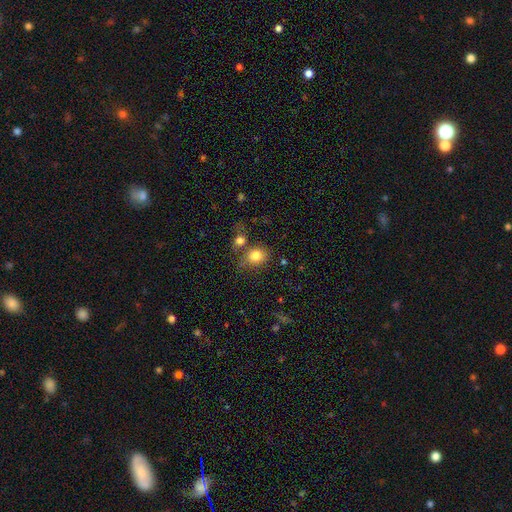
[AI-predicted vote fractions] Smooth or featured: smooth — 81% (star or artifact — 10%)
How rounded: round — 62% (in between — 37%)
Merging: none — 60% (merger — 21%)